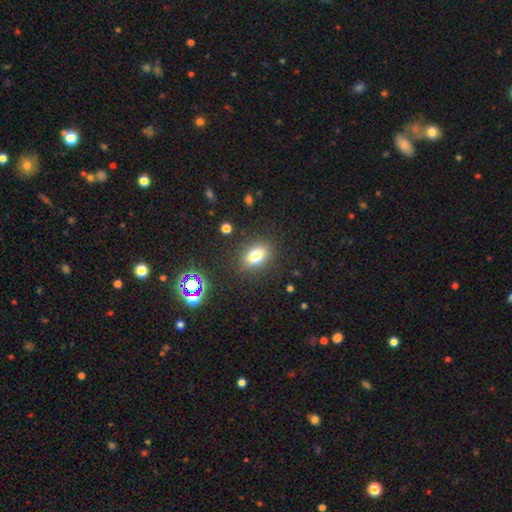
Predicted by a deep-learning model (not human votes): A smooth galaxy with no disk features (78%) that is in between round and cigar-shaped (78%). Merging: none (86%).